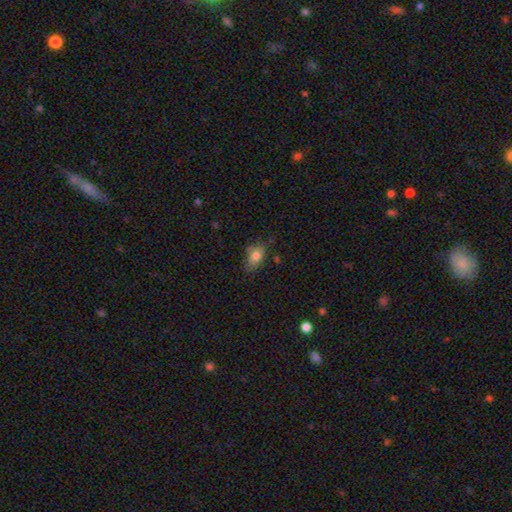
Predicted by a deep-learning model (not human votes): Smooth or featured?
  - smooth: 80% *
  - featured or disk: 11%
  - star or artifact: 9%
How rounded?
  - in between: 85% *
  - round: 11%
  - cigar-shaped: 4%
Merging?
  - none: 66% *
  - minor disturbance: 24%
  - major disturbance: 5%
  - merger: 4%